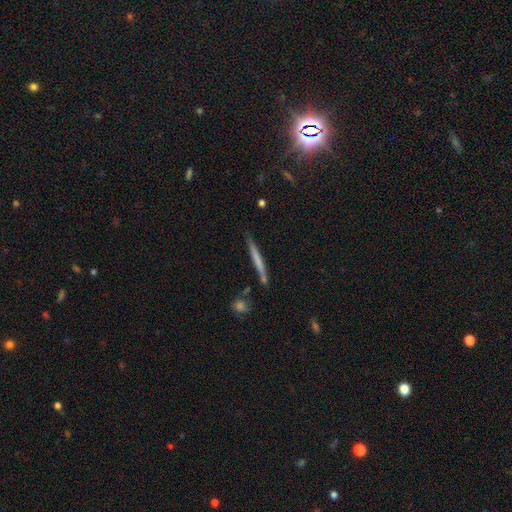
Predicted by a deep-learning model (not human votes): smooth_or_featured: smooth (p=0.50) [alt: featured or disk p=0.43]
how_rounded: cigar-shaped (p=0.96) [alt: in between p=0.02]
merging: none (p=0.87) [alt: minor disturbance p=0.09]